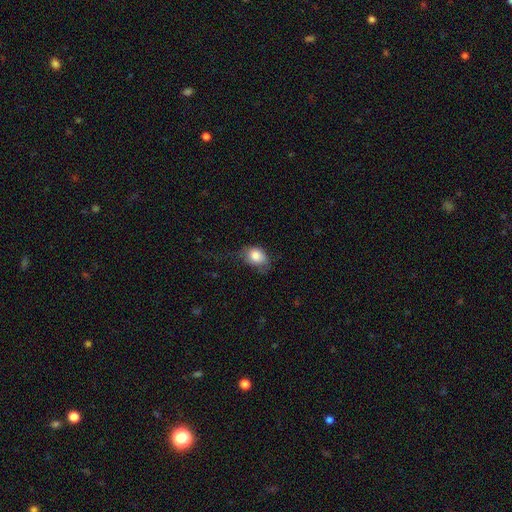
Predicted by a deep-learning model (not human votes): Smooth or featured? Predicted: smooth (p=0.81). How rounded? Predicted: in between (p=0.68). Merging? Predicted: none (p=0.37).